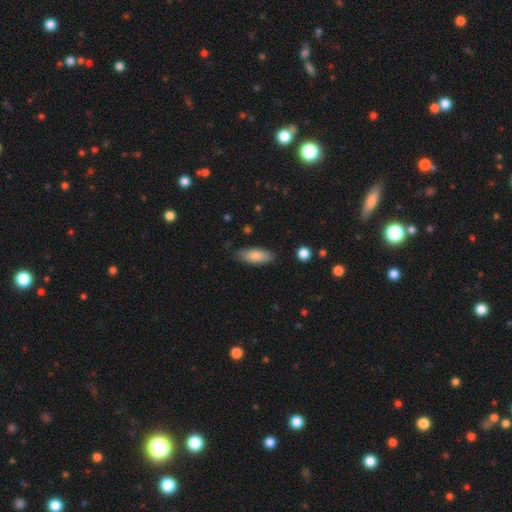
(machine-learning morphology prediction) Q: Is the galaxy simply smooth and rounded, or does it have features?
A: smooth — 82%.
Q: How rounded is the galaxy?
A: in between — 72%.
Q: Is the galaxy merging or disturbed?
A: none — 82%.